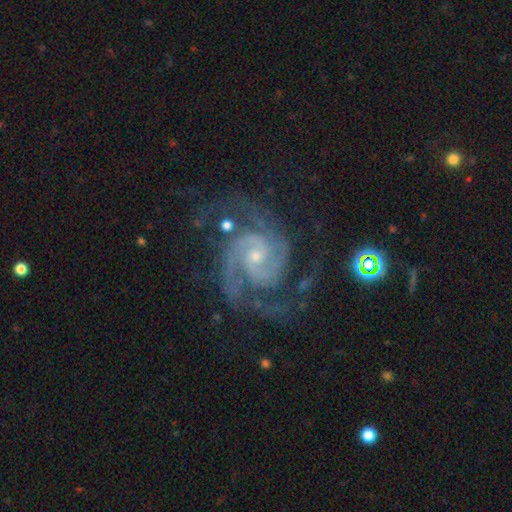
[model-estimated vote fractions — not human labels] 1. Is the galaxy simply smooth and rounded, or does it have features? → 93% featured or disk, 5% star or artifact, 2% smooth.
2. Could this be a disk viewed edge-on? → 98% no, 2% yes.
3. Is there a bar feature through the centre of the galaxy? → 58% no, 33% weak, 9% strong.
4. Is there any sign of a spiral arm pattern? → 99% yes, 1% no.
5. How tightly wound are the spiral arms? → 47% medium (tied), 47% tight (tied), 6% loose.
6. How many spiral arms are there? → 70% 2, 15% 3, 5% can't tell, 4% 4, 3% 1, 3% more than 4.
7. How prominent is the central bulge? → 69% small, 26% moderate, 2% none, 1% large, 1% dominant.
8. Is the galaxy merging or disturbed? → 63% none, 20% minor disturbance, 14% major disturbance, 3% merger.